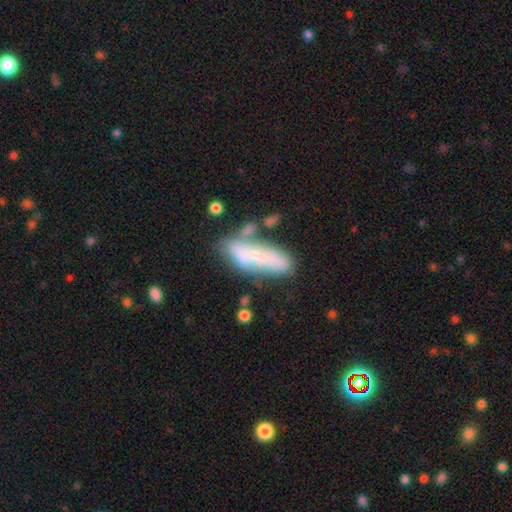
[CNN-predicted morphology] featured or disk 50%, smooth 43%, star or artifact 7%. Down the decision tree: merging — none (51%).